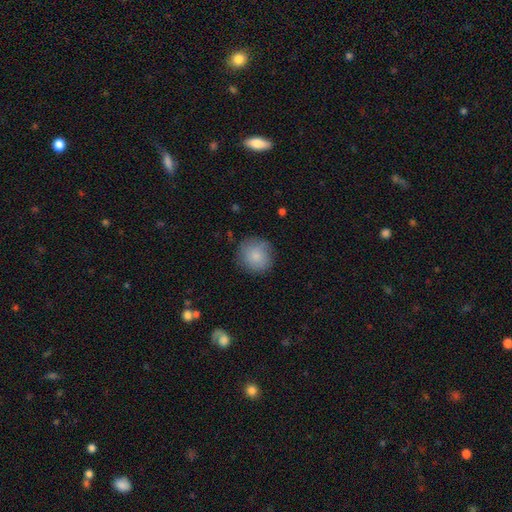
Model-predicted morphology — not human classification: Overall: smooth (83%). How rounded: round (91%). Merging: none (77%).